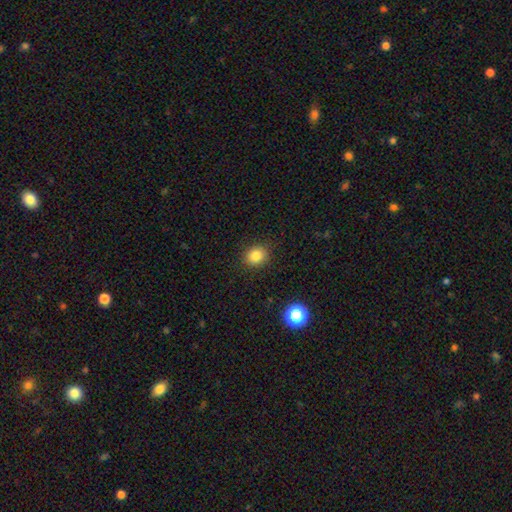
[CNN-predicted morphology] Smooth or featured? Predicted: smooth (p=0.84). How rounded? Predicted: round (p=0.68). Merging? Predicted: none (p=0.89).